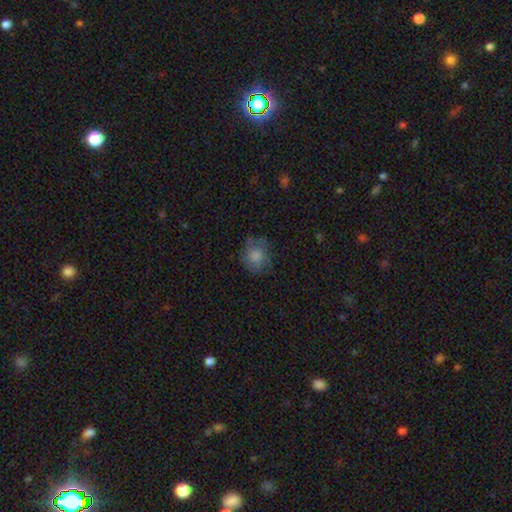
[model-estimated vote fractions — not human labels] smooth-or-featured: smooth: 76% | featured or disk: 14% | star or artifact: 10%
  how-rounded: round: 72% | in between: 27% | cigar-shaped: 1%
  merging: none: 65% | minor disturbance: 23% | major disturbance: 11% | merger: 1%